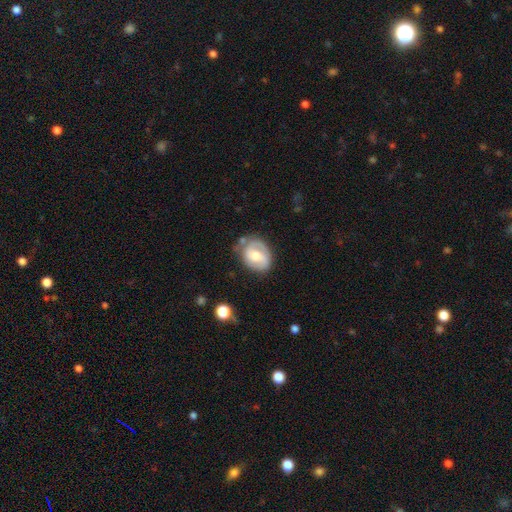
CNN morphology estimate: Smooth or featured: featured or disk — 62% (smooth — 32%)
Edge-on disk: no — 97% (yes — 3%)
Bar: weak — 44% (no — 43%)
Spiral arms: yes — 80% (no — 20%)
Bulge size: moderate — 64% (small — 26%)
Merging: none — 61% (minor disturbance — 26%)